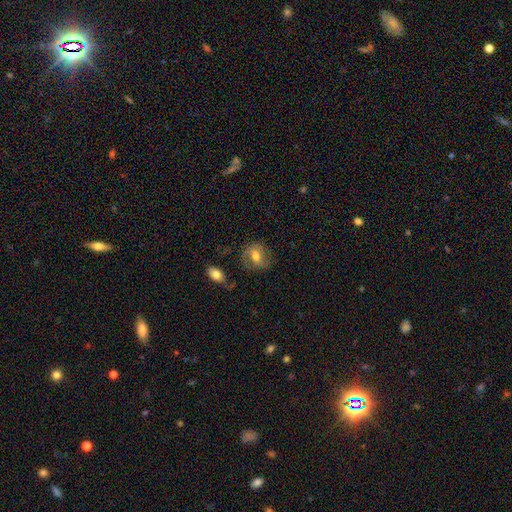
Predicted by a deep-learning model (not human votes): Smooth or featured?
  - featured or disk: 53% *
  - smooth: 39%
  - star or artifact: 8%
Edge-on disk?
  - no: 96% *
  - yes: 4%
Bar?
  - weak: 43% *
  - no: 40%
  - strong: 18%
Spiral arms?
  - yes: 81% *
  - no: 19%
Bulge size?
  - moderate: 72% *
  - small: 14%
  - large: 12%
  - none: 1%
  - dominant: 1%
Merging?
  - none: 69% *
  - minor disturbance: 19%
  - major disturbance: 9%
  - merger: 3%